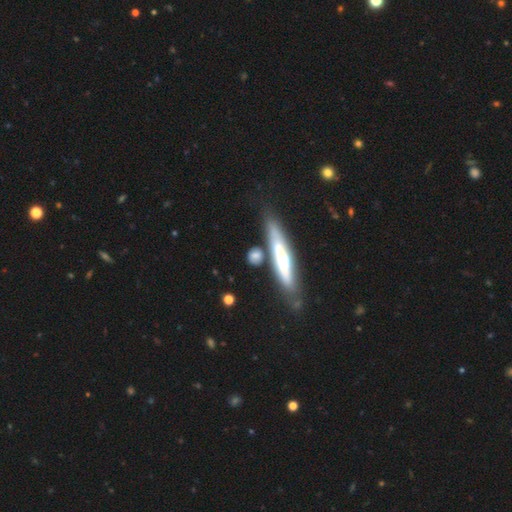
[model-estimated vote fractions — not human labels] The model was most divided on "how rounded": cigar-shaped: 49%, round: 29%, in between: 21%. More confident: merging — none (68%); smooth or featured — smooth (59%).